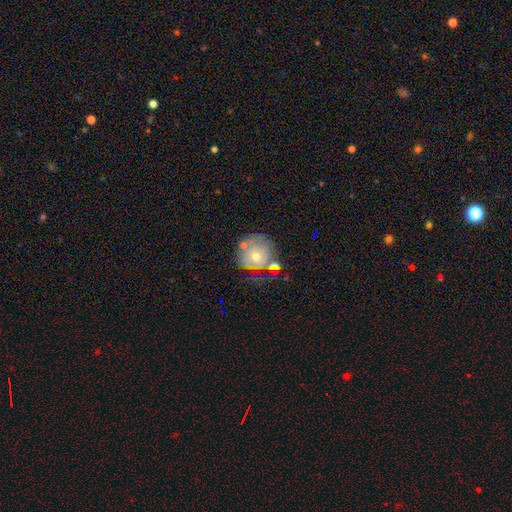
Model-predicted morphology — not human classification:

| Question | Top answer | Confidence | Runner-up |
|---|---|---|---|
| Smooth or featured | smooth | 47% | featured or disk (45%) |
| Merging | none | 41% | minor disturbance (23%) |